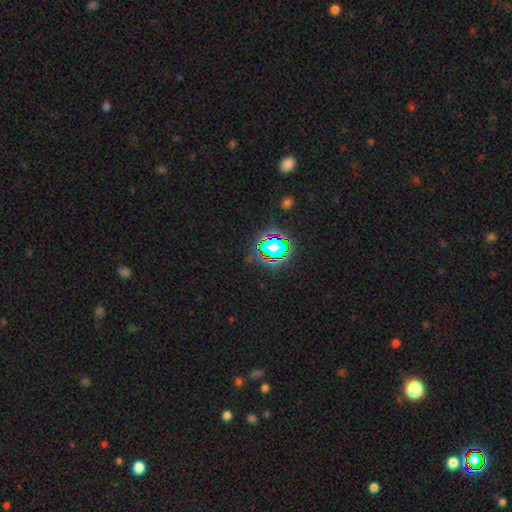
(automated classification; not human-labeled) Smooth or featured: star or artifact — 77% (smooth — 16%)